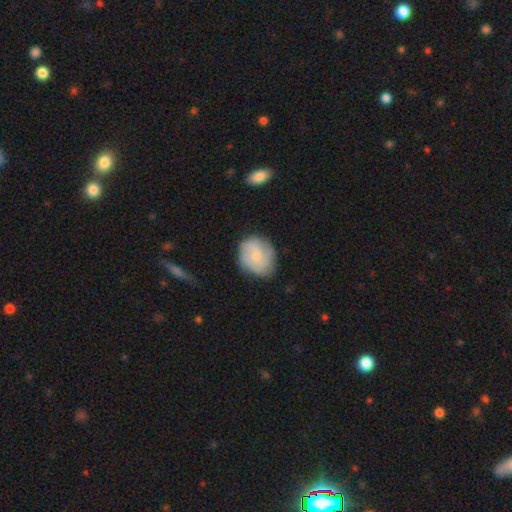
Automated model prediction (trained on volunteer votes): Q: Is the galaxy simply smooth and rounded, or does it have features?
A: featured or disk — 48%.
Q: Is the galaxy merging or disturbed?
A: none — 71%.